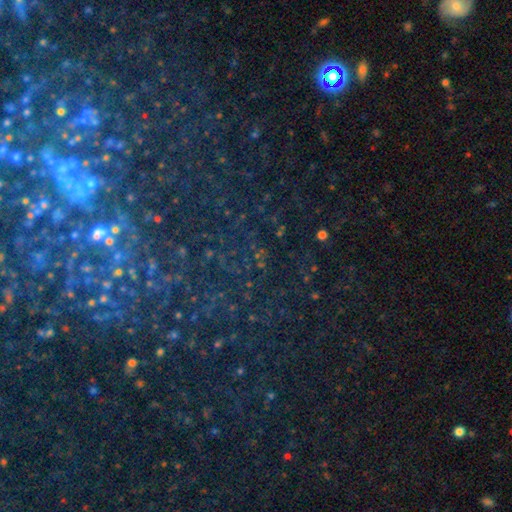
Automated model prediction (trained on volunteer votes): Morphology: type=star or artifact (75%).